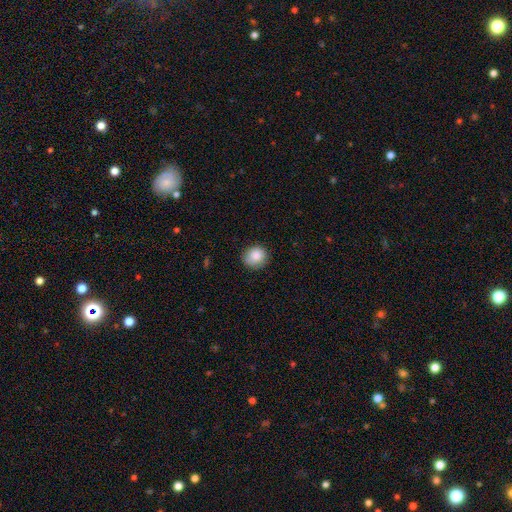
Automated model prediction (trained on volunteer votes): Smooth or featured? Predicted: smooth (p=0.85). How rounded? Predicted: round (p=0.79). Merging? Predicted: none (p=0.79).